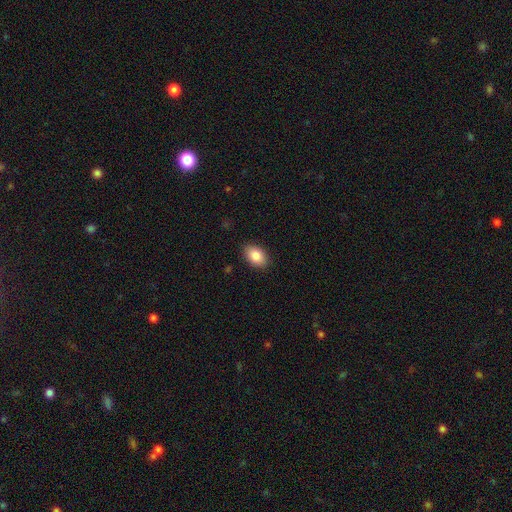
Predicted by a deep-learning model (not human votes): A smooth galaxy with no disk features (85%) that is in between round and cigar-shaped (89%). Merging: none (88%).